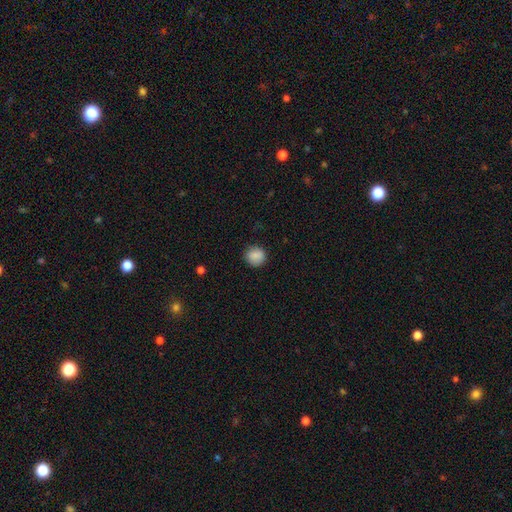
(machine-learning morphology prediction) type=smooth (86%); roundness=round (87%); merging=none (83%).